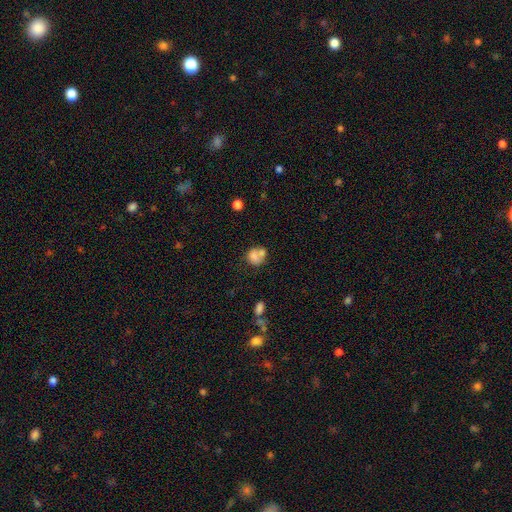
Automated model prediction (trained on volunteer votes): smooth_or_featured: smooth (p=0.71) [alt: featured or disk p=0.19]
how_rounded: round (p=0.61) [alt: in between p=0.38]
merging: merger (p=0.48) [alt: none p=0.31]